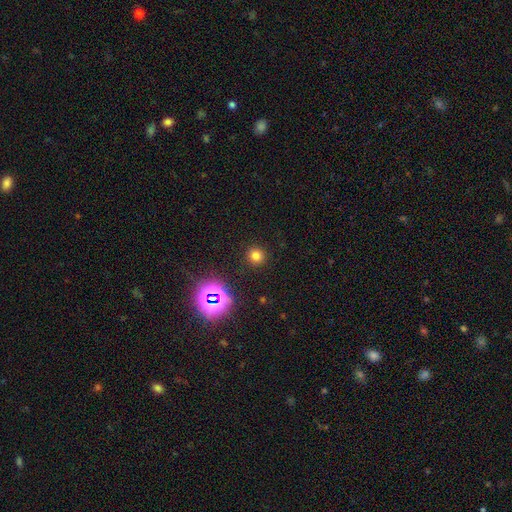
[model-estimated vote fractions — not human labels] Smooth or featured?
  - smooth: 73% *
  - star or artifact: 22%
  - featured or disk: 6%
How rounded?
  - round: 94% *
  - in between: 5%
  - cigar-shaped: 1%
Merging?
  - none: 91% *
  - minor disturbance: 5%
  - major disturbance: 2%
  - merger: 1%